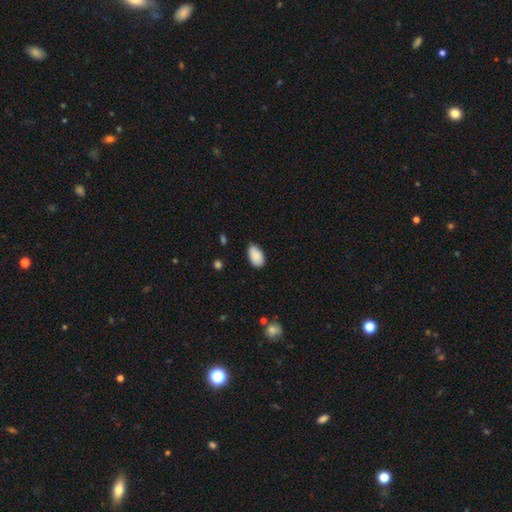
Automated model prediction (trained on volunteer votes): Smooth or featured?
  - smooth: 88% *
  - star or artifact: 7%
  - featured or disk: 5%
How rounded?
  - in between: 94% *
  - round: 5%
  - cigar-shaped: 1%
Merging?
  - none: 72% *
  - minor disturbance: 23%
  - major disturbance: 3%
  - merger: 1%